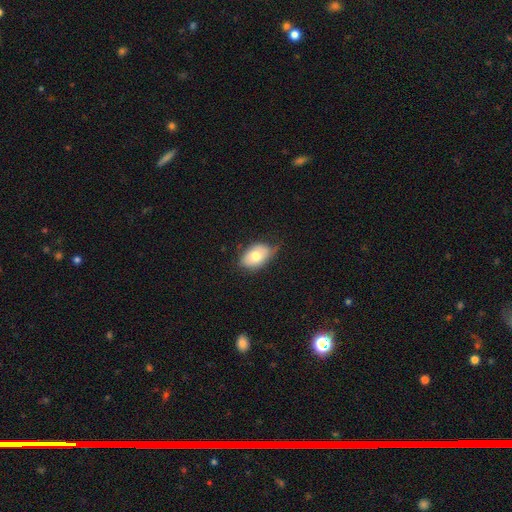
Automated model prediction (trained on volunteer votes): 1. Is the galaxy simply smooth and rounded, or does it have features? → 69% smooth, 23% featured or disk, 7% star or artifact.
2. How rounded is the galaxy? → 86% in between, 13% round, 1% cigar-shaped.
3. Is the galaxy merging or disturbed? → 58% none, 33% minor disturbance, 7% major disturbance, 2% merger.